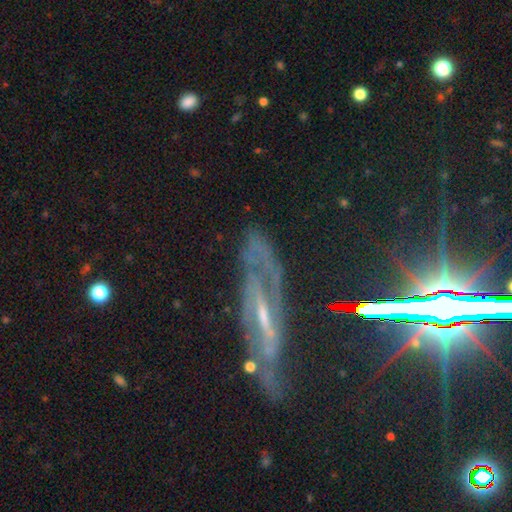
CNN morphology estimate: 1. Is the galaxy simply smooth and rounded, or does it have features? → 73% featured or disk, 16% star or artifact, 11% smooth.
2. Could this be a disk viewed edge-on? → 72% no, 28% yes.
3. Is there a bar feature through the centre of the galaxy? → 46% strong, 36% weak, 18% no.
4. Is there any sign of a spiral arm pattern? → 87% yes, 13% no.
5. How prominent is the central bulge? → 53% small, 32% moderate, 10% none, 3% large, 2% dominant.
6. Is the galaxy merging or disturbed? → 64% none, 19% minor disturbance, 13% major disturbance, 3% merger.